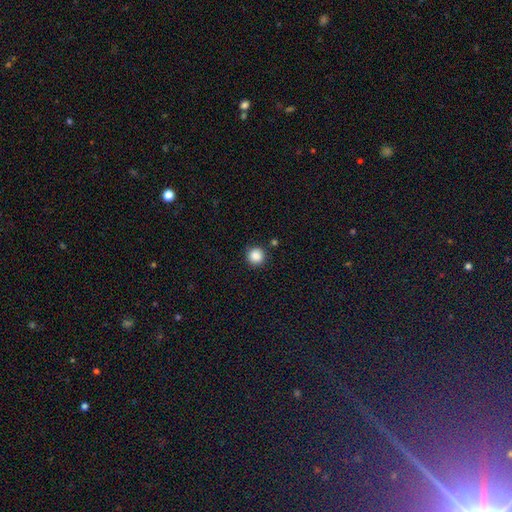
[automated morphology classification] A smooth galaxy with no disk features (86%) that is round (95%). Merging: none (89%).